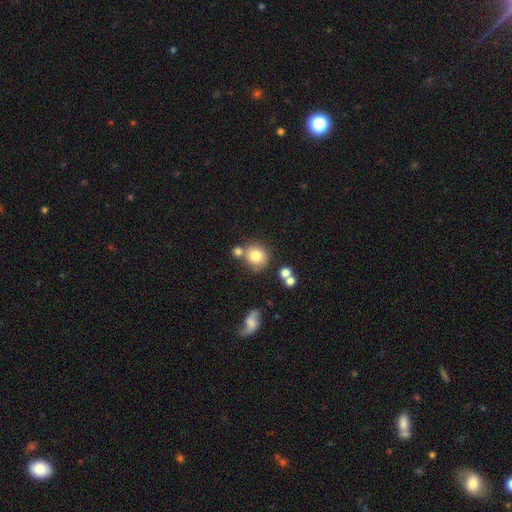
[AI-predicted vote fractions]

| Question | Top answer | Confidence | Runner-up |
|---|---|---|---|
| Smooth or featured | smooth | 79% | star or artifact (11%) |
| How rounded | round | 86% | in between (13%) |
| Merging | none | 64% | merger (20%) |